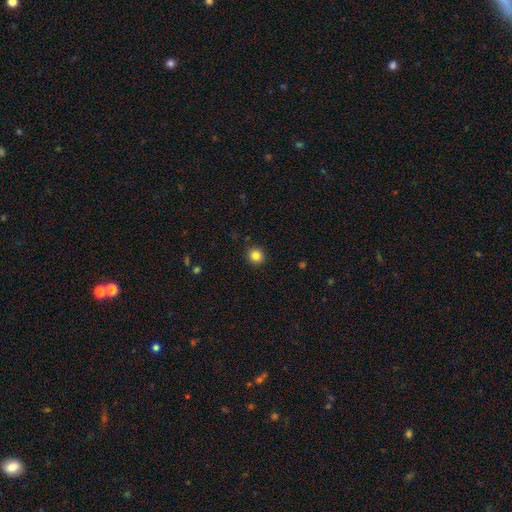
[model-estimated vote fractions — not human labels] The model was most divided on "smooth or featured": smooth: 84%, star or artifact: 11%, featured or disk: 5%. More confident: merging — none (92%); how rounded — round (89%).